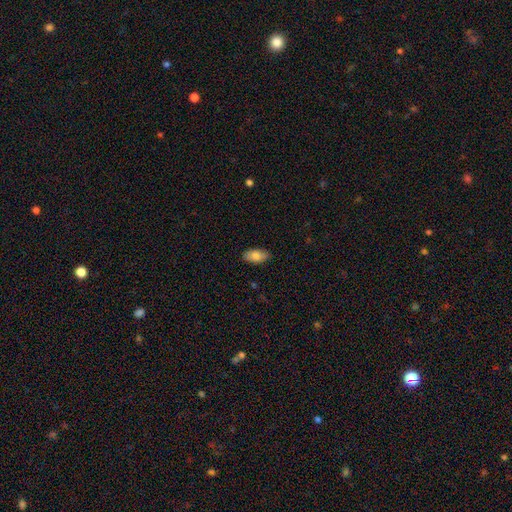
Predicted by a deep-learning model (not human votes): Smooth or featured?
  - smooth: 81% *
  - featured or disk: 13%
  - star or artifact: 7%
How rounded?
  - in between: 93% *
  - cigar-shaped: 4%
  - round: 3%
Merging?
  - none: 87% *
  - minor disturbance: 10%
  - major disturbance: 2%
  - merger: 1%